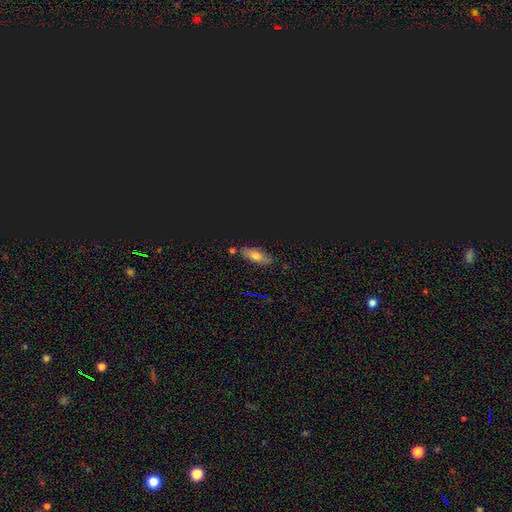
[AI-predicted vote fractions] smooth_or_featured: smooth (p=0.56) [alt: star or artifact p=0.24]
how_rounded: in between (p=0.71) [alt: cigar-shaped p=0.24]
merging: none (p=0.80) [alt: minor disturbance p=0.13]